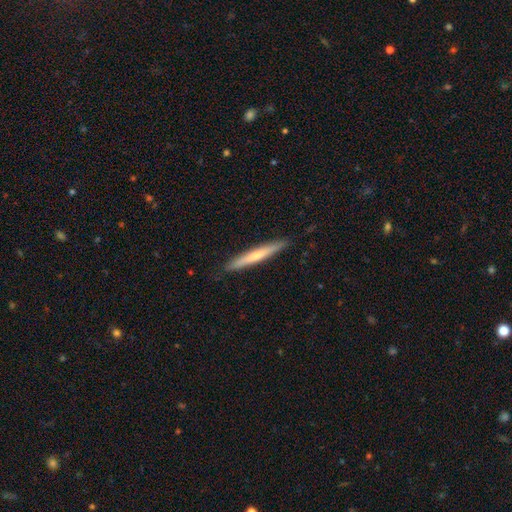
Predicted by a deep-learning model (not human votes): smooth_or_featured: smooth (p=0.56) [alt: featured or disk p=0.39]
how_rounded: cigar-shaped (p=0.96) [alt: in between p=0.03]
merging: none (p=0.90) [alt: minor disturbance p=0.08]